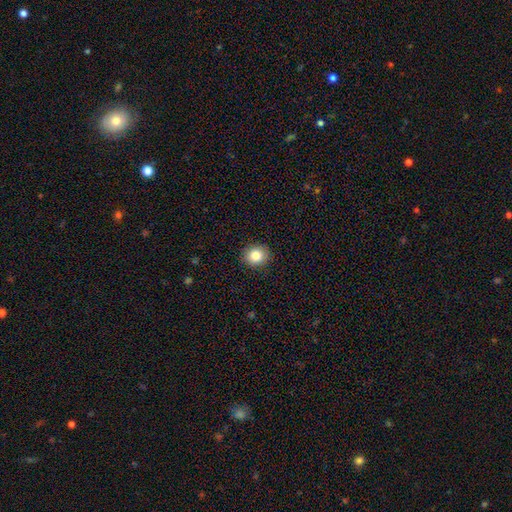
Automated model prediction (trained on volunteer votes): A smooth galaxy with no disk features (83%) that is round (76%).

Vote fractions:
- Smooth or featured? smooth: 83% / star or artifact: 10% / featured or disk: 7%
- How rounded? round: 76% / in between: 23% / cigar-shaped: 1%
- Merging? none: 90% / minor disturbance: 7% / major disturbance: 2% / merger: 1%